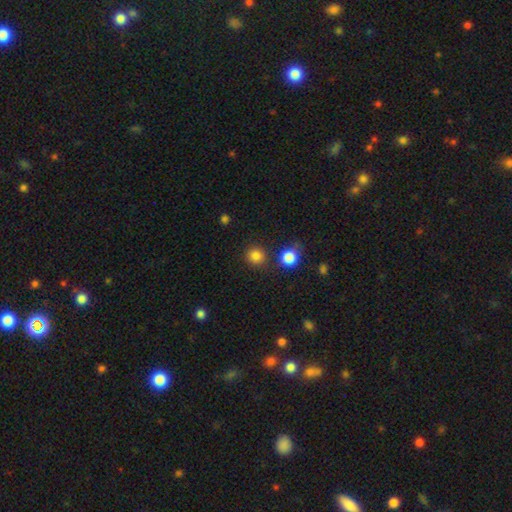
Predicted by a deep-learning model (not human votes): This appears to be a smooth galaxy with no disk features (82%) that is round (91%). Merging: none (82%).